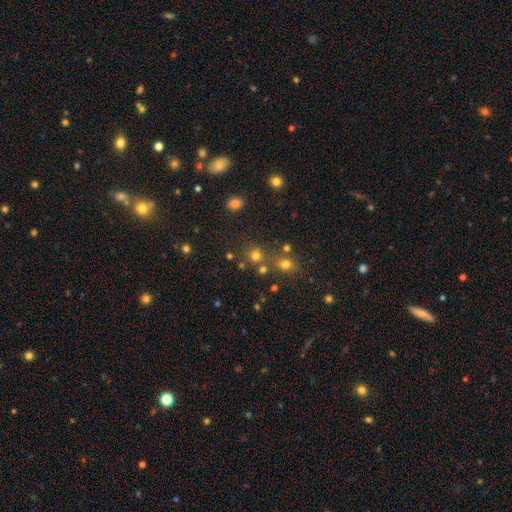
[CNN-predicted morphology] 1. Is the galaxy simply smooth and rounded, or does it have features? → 73% smooth, 20% star or artifact, 7% featured or disk.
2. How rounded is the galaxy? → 89% round, 10% in between, 1% cigar-shaped.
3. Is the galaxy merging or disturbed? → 71% none, 18% merger, 8% minor disturbance, 4% major disturbance.